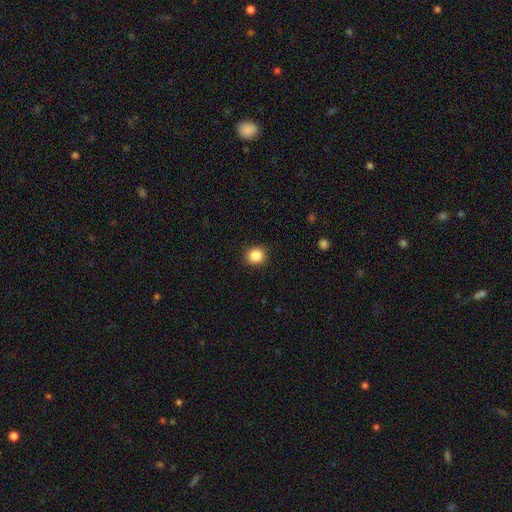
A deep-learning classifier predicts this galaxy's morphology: Smooth or featured: smooth — 87% (star or artifact — 10%)
How rounded: round — 82% (in between — 17%)
Merging: none — 90% (minor disturbance — 7%)